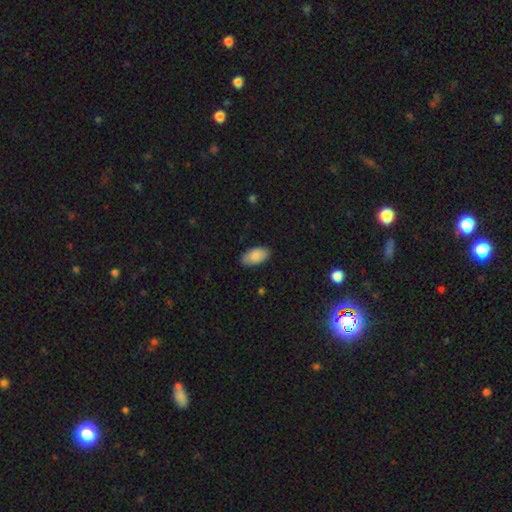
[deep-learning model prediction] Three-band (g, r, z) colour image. It shows a smooth galaxy with no disk features (88%) that is in between round and cigar-shaped (95%). Merging: none (85%).